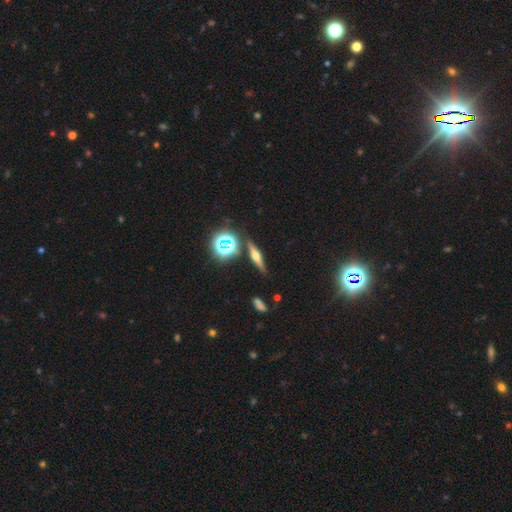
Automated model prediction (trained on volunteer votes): smooth_or_featured: featured or disk (p=0.54) [alt: smooth p=0.28]
disk_edge_on: yes (p=0.93) [alt: no p=0.07]
merging: none (p=0.85) [alt: minor disturbance p=0.08]